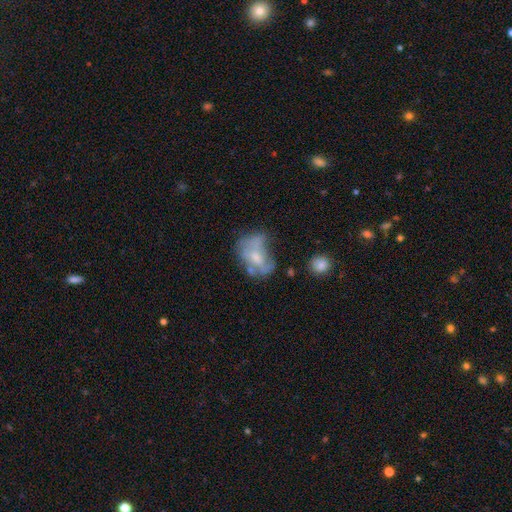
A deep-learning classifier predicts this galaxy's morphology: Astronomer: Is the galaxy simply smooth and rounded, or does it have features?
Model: featured or disk — 51% (runner-up: smooth, 39%).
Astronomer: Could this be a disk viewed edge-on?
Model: no — 96%.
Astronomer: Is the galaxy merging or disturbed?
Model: major disturbance — 32% (runner-up: none, 30%).